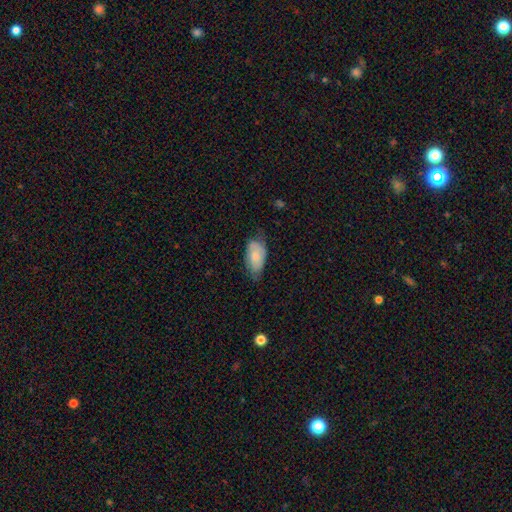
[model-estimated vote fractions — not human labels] Morphology: type=smooth (66%); roundness=in between (93%); merging=none (53%).